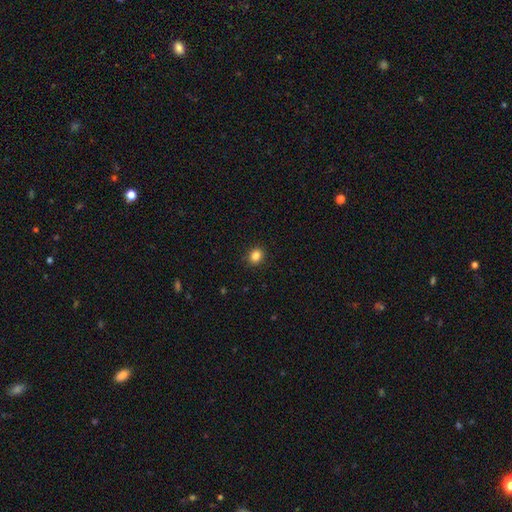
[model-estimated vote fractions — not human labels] smooth 85%, star or artifact 11%, featured or disk 4%. Down the decision tree: how rounded — round (63%); merging — none (91%).